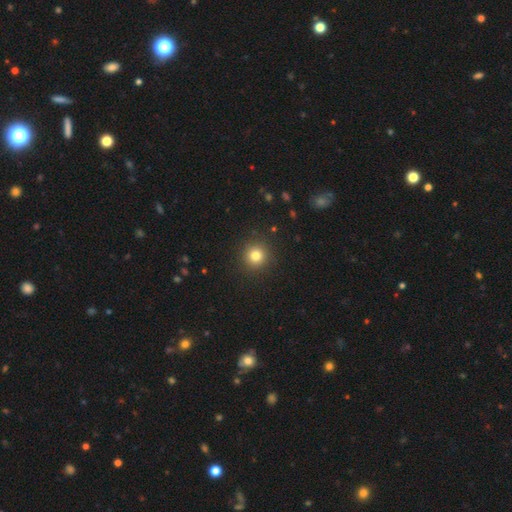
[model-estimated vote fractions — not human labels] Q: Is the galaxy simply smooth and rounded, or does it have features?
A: smooth — 81%.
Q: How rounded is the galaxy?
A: round — 94%.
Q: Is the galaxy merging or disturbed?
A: none — 91%.